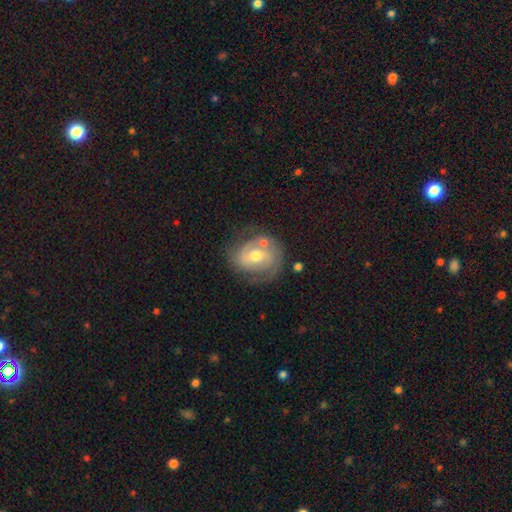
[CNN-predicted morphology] smooth_or_featured: featured or disk (p=0.72) [alt: smooth p=0.22]
disk_edge_on: no (p=0.97) [alt: yes p=0.03]
bar: no (p=0.46) [alt: weak p=0.40]
has_spiral_arms: yes (p=0.80) [alt: no p=0.20]
spiral_winding: tight (p=0.49) [alt: medium p=0.37]
spiral_arm_count: 2 (p=0.63) [alt: can't tell p=0.21]
bulge_size: moderate (p=0.70) [alt: small p=0.25]
merging: none (p=0.62) [alt: minor disturbance p=0.21]